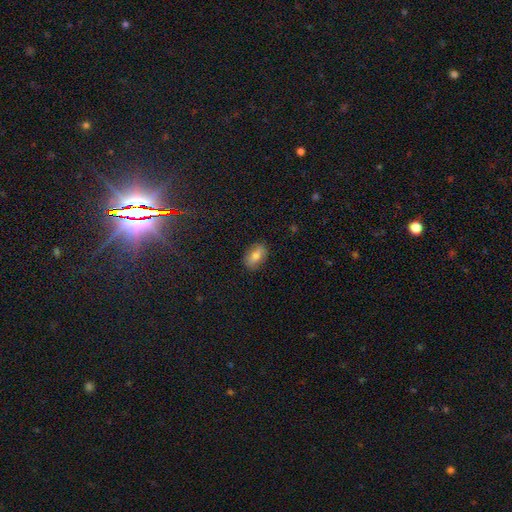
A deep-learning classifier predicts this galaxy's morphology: The model was most divided on "smooth or featured": smooth: 70%, featured or disk: 22%, star or artifact: 8%. More confident: how rounded — in between (86%); merging — none (86%).